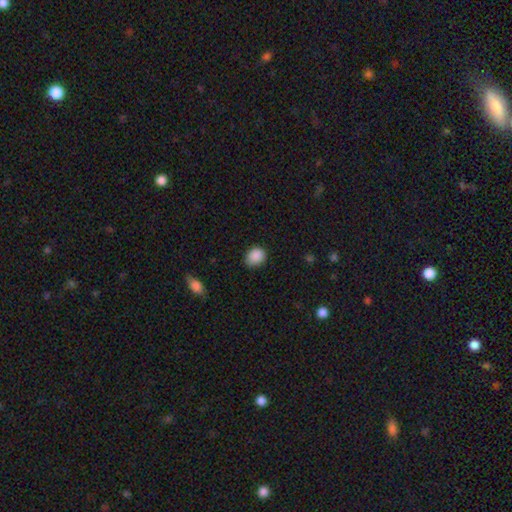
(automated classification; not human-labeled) Smooth or featured: smooth — 89% (star or artifact — 9%)
How rounded: in between — 54% (round — 45%)
Merging: none — 77% (minor disturbance — 18%)